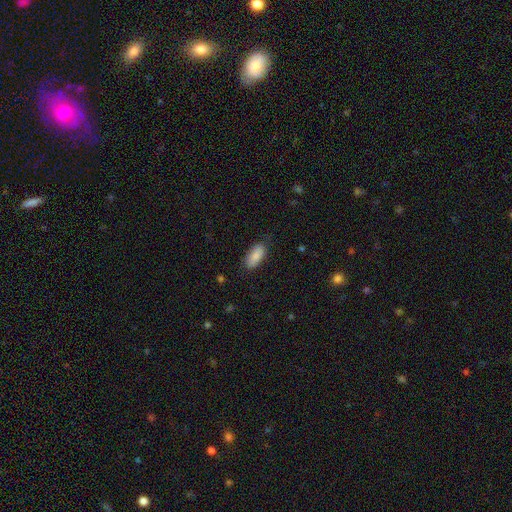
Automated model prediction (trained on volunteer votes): Overall: smooth (89%). How rounded: in between (88%). Merging: none (83%).